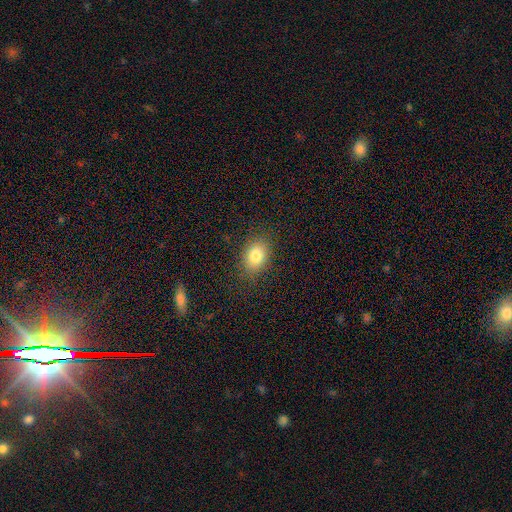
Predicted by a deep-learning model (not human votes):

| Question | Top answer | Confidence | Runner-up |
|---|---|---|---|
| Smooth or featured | smooth | 81% | star or artifact (10%) |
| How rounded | in between | 77% | round (22%) |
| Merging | none | 85% | minor disturbance (11%) |